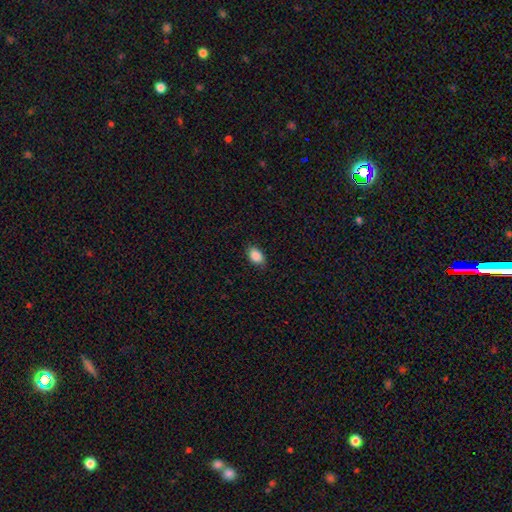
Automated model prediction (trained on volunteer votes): smooth-or-featured: smooth: 88% | star or artifact: 8% | featured or disk: 4%
  how-rounded: in between: 87% | round: 11% | cigar-shaped: 2%
  merging: none: 84% | minor disturbance: 13% | major disturbance: 3% | merger: 1%